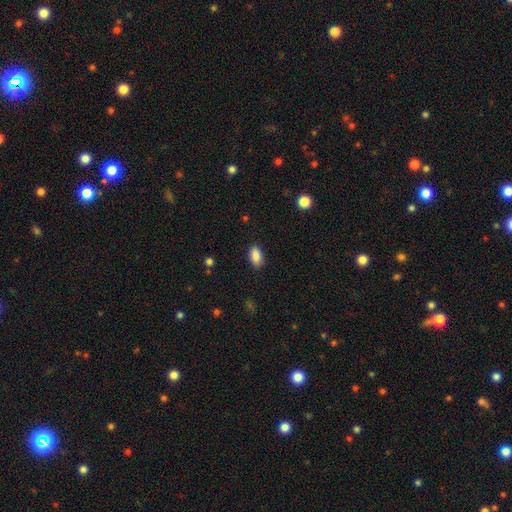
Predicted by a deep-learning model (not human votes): Q: Smooth or featured?
A: smooth (89%); runner-up: star or artifact (8%)
Q: How rounded?
A: in between (92%); runner-up: round (4%)
Q: Merging?
A: none (86%); runner-up: minor disturbance (11%)